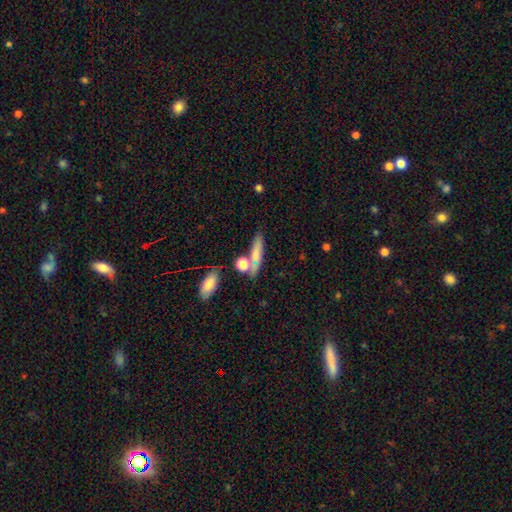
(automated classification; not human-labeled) smooth_or_featured: smooth (p=0.74) [alt: featured or disk p=0.17]
how_rounded: cigar-shaped (p=0.63) [alt: in between p=0.26]
merging: none (p=0.62) [alt: merger p=0.20]